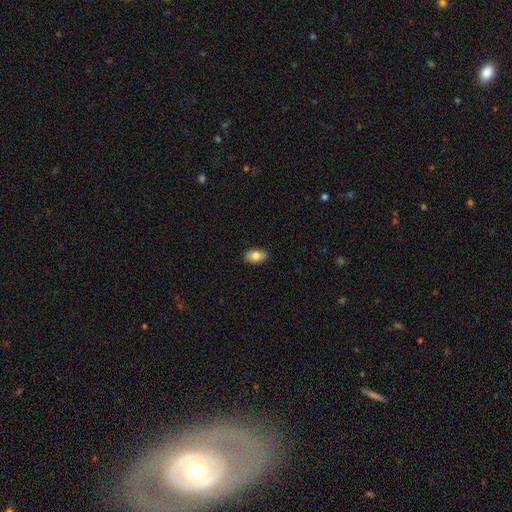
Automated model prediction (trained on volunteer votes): smooth-or-featured: smooth: 82% | featured or disk: 11% | star or artifact: 7%
  how-rounded: in between: 92% | round: 7% | cigar-shaped: 2%
  merging: none: 89% | minor disturbance: 9% | major disturbance: 2% | merger: 1%